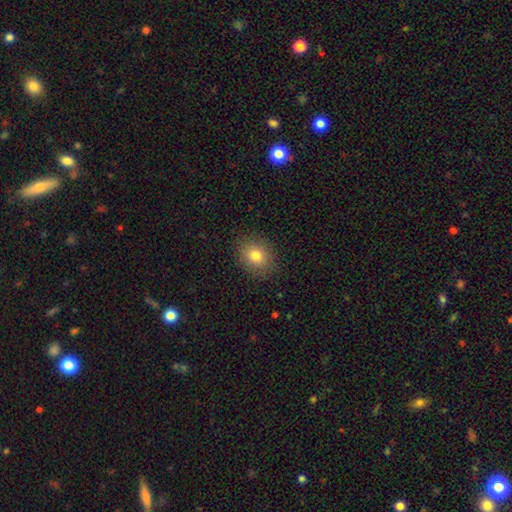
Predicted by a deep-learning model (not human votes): Q: Smooth or featured?
A: smooth (80%); runner-up: star or artifact (11%)
Q: How rounded?
A: round (58%); runner-up: in between (41%)
Q: Merging?
A: none (87%); runner-up: minor disturbance (9%)